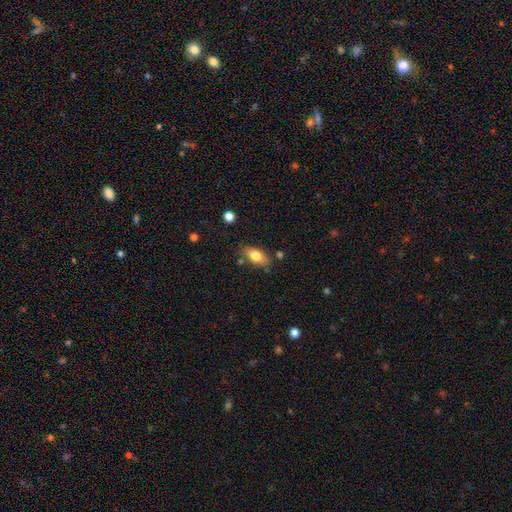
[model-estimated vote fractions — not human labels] Morphology: type=smooth (75%); roundness=in between (87%); merging=none (76%).